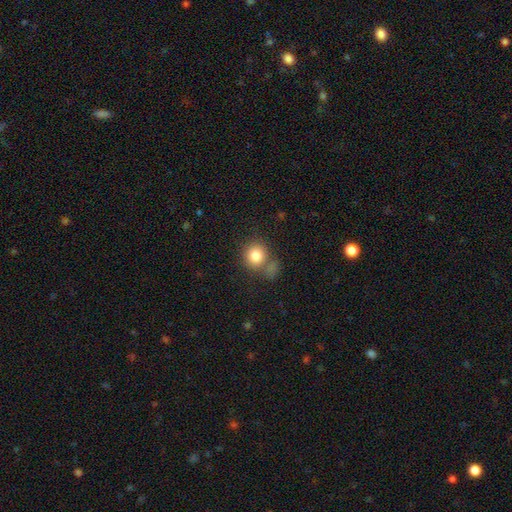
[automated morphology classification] Q: Smooth or featured?
A: smooth (83%); runner-up: star or artifact (9%)
Q: How rounded?
A: round (83%); runner-up: in between (16%)
Q: Merging?
A: none (59%); runner-up: merger (22%)